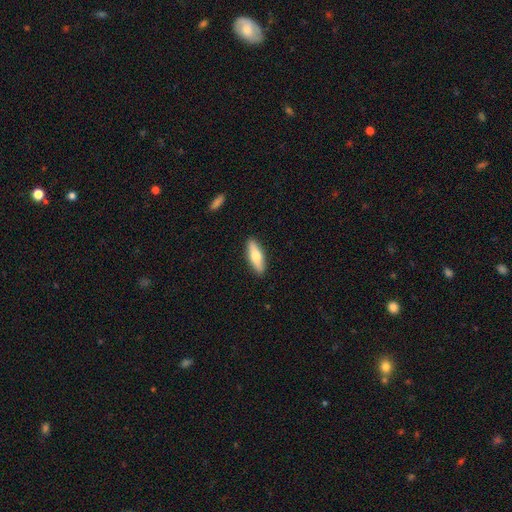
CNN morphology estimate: Smooth or featured? smooth (62%)
How rounded? cigar-shaped (52%)
Merging? none (90%)